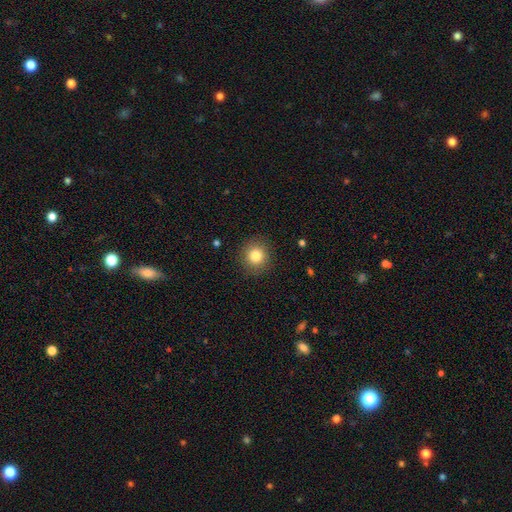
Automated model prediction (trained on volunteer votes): Q: Smooth or featured?
A: smooth (82%); runner-up: star or artifact (11%)
Q: How rounded?
A: round (90%); runner-up: in between (9%)
Q: Merging?
A: none (90%); runner-up: minor disturbance (7%)